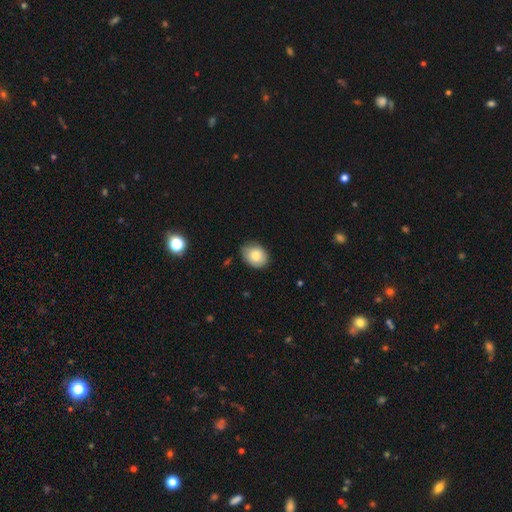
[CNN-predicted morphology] Overall: smooth (82%). How rounded: in between (58%; round 41%). Merging: none (75%).